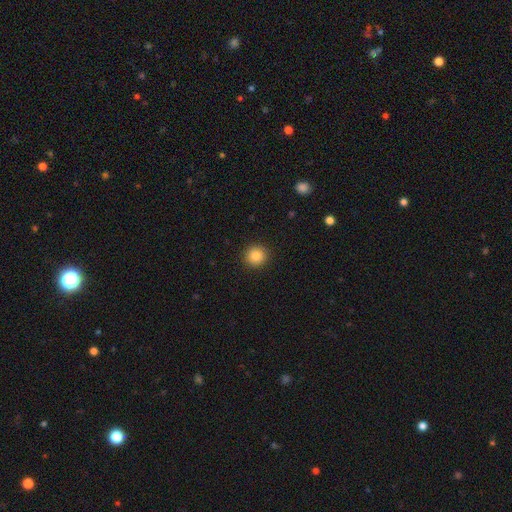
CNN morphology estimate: A smooth galaxy with no disk features (86%) that is round (92%).

Vote fractions:
- Smooth or featured? smooth: 86% / star or artifact: 10% / featured or disk: 4%
- How rounded? round: 92% / in between: 7% / cigar-shaped: 1%
- Merging? none: 92% / minor disturbance: 5% / major disturbance: 2% / merger: 1%